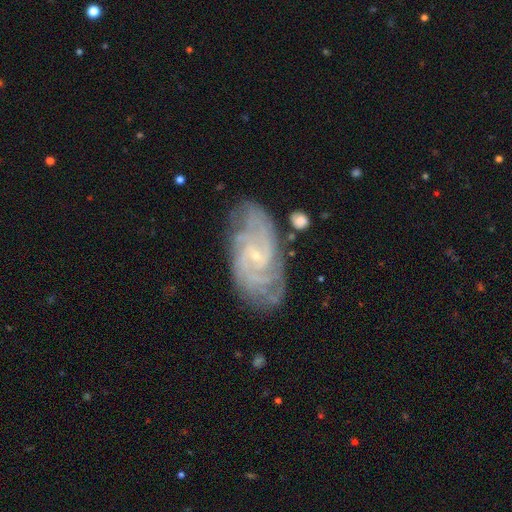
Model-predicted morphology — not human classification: Overall: featured or disk (88%). Edge-on disk: no (96%). Bar: no (48%; weak 42%). Spiral arms: yes (97%). Spiral arm count: can't tell (26%; 2 25%). Spiral winding: tight (64%; medium 30%). Bulge size: small (84%). Merging: none (74%).